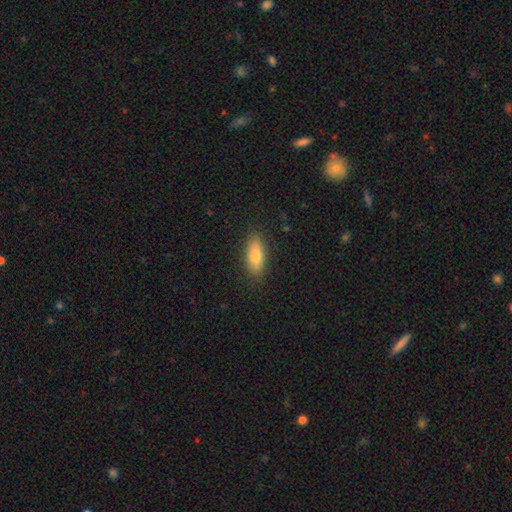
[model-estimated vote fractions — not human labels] Smooth or featured? smooth (80%)
How rounded? in between (75%)
Merging? none (88%)